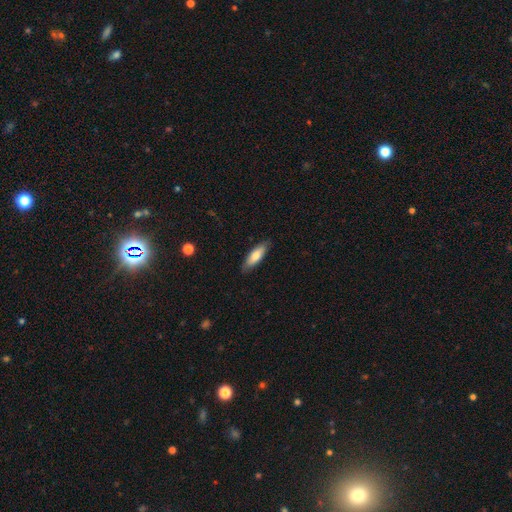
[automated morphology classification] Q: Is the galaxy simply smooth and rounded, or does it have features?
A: smooth — 74%.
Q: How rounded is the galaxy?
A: in between — 50%.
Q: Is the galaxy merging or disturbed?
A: none — 85%.